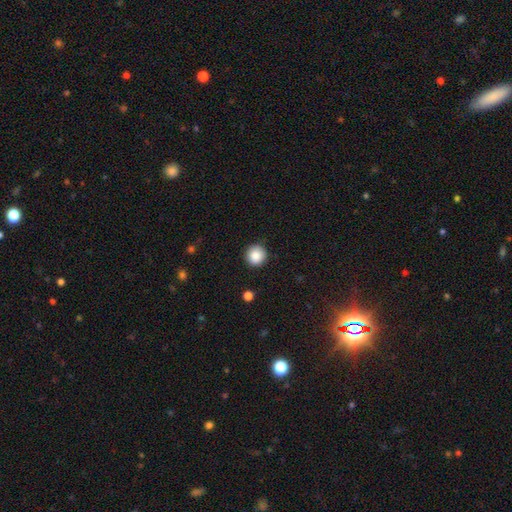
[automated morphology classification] The model was most divided on "smooth or featured": smooth: 86%, star or artifact: 9%, featured or disk: 5%. More confident: how rounded — round (94%); merging — none (91%).